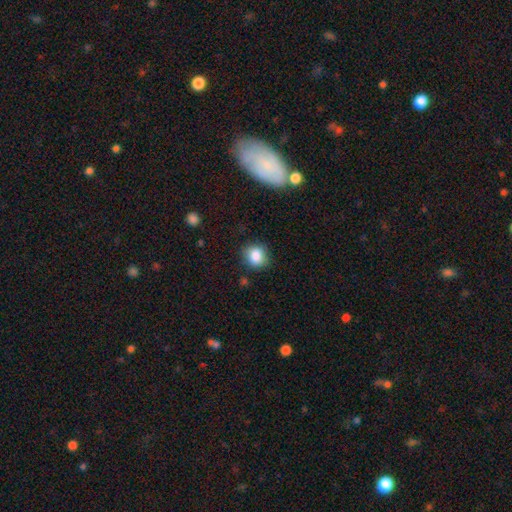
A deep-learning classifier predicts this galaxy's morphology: This is clearly a smooth galaxy (85%). How rounded: likely round (77%). Merging: clearly none (81%).